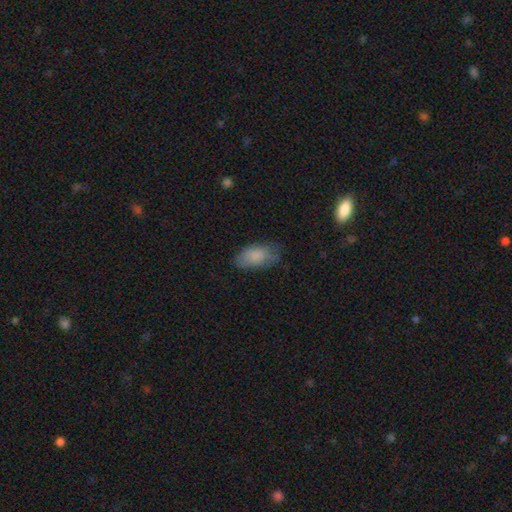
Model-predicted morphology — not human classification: Smooth or featured? Predicted: smooth (p=0.83). How rounded? Predicted: in between (p=0.92). Merging? Predicted: none (p=0.68).